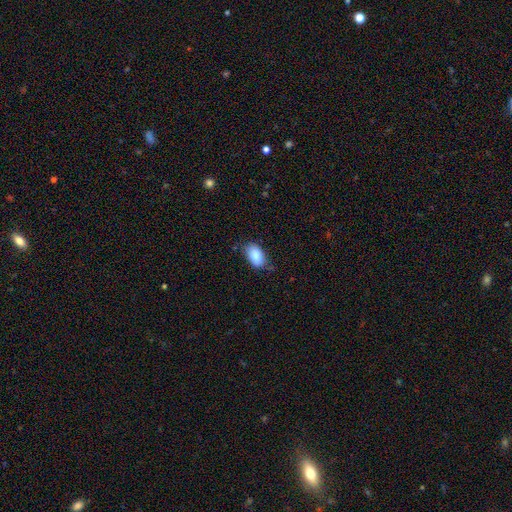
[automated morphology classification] type=smooth (87%); roundness=in between (92%); merging=none (72%).